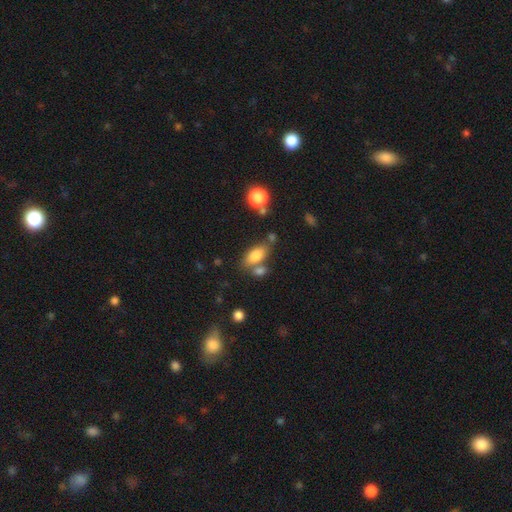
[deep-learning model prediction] Overall: smooth (80%). How rounded: in between (86%). Merging: none (58%; merger 24%).